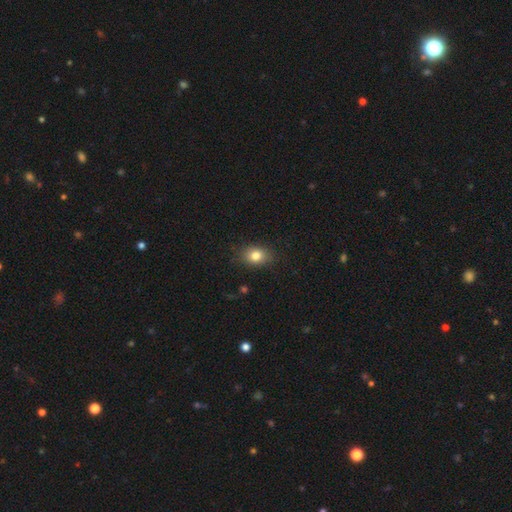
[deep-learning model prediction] Smooth or featured? Predicted: smooth (p=0.81). How rounded? Predicted: in between (p=0.64). Merging? Predicted: none (p=0.85).